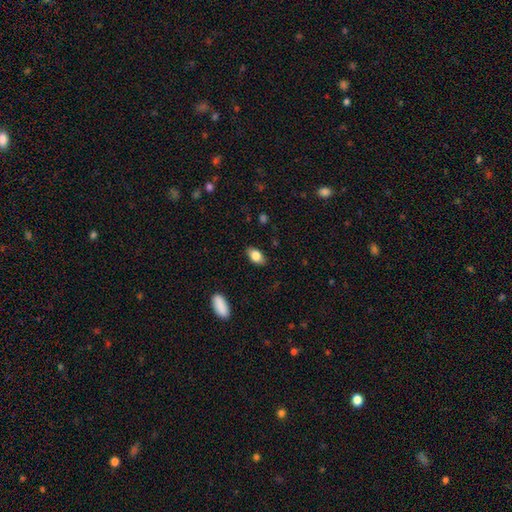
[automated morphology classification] The model was most divided on "smooth or featured": smooth: 82%, featured or disk: 11%, star or artifact: 7%. More confident: how rounded — in between (89%); merging — none (86%).